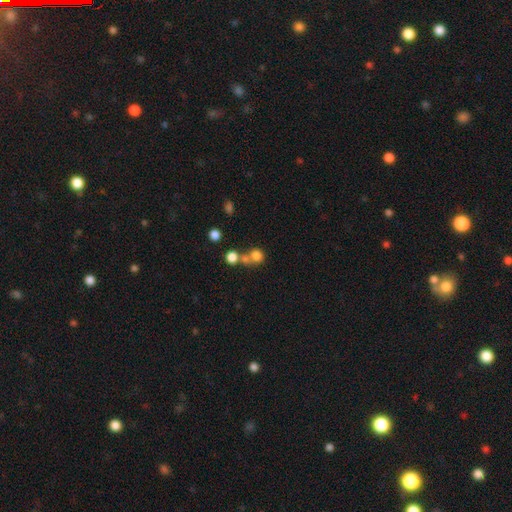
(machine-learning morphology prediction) Overall: smooth (76%). How rounded: round (85%). Merging: none (45%; merger 42%).